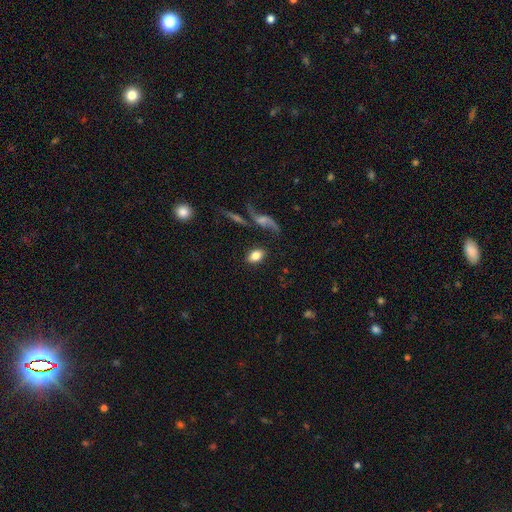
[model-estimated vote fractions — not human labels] smooth_or_featured: smooth (p=0.78) [alt: featured or disk p=0.15]
how_rounded: in between (p=0.86) [alt: round p=0.11]
merging: none (p=0.77) [alt: minor disturbance p=0.12]